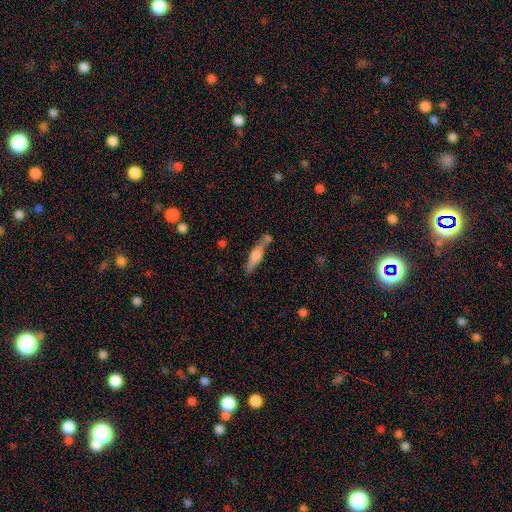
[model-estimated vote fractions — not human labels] smooth-or-featured: featured or disk: 50% | smooth: 43% | star or artifact: 7%
  merging: none: 58% | merger: 19% | minor disturbance: 17% | major disturbance: 6%